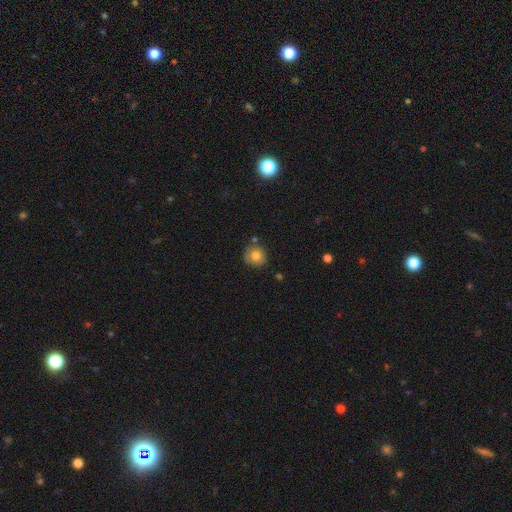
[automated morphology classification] smooth 79%, featured or disk 11%, star or artifact 10%. Down the decision tree: how rounded — round (90%); merging — none (80%).